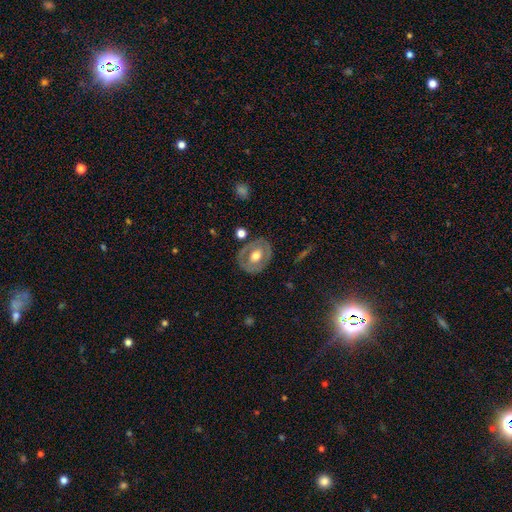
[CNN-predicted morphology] Smooth or featured? Predicted: featured or disk (p=0.55). Edge-on disk? Predicted: no (p=0.93). Bar? Predicted: no (p=0.69). Spiral arms? Predicted: no (p=0.81). Bulge size? Predicted: moderate (p=0.65). Merging? Predicted: none (p=0.76).